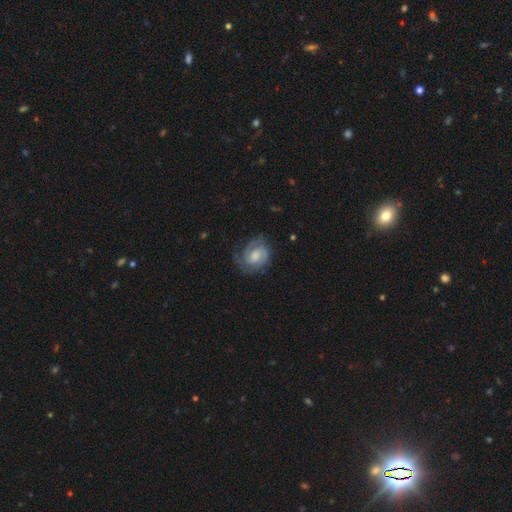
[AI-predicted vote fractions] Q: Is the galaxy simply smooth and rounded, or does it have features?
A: featured or disk — 75%.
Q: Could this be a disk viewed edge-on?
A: no — 98%.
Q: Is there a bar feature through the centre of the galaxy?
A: no — 58%.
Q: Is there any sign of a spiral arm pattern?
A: yes — 94%.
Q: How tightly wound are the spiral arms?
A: tight — 58%.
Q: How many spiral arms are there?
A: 2 — 62%.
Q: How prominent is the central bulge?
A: moderate — 43%.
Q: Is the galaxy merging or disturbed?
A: none — 69%.